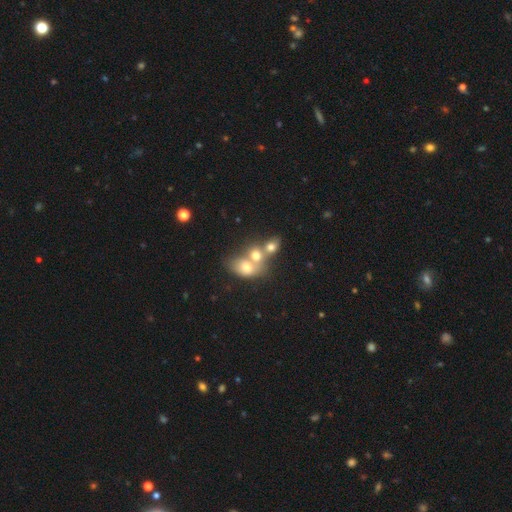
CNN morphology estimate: Overall: smooth (68%). How rounded: in between (55%; round 43%). Merging: merger (68%).